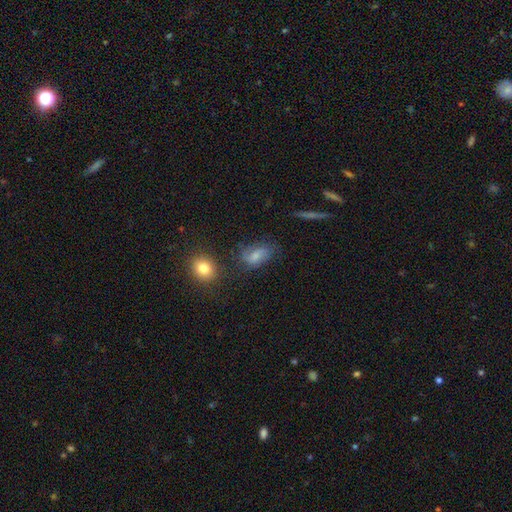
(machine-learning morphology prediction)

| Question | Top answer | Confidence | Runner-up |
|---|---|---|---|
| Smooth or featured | smooth | 49% | featured or disk (38%) |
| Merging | none | 56% | minor disturbance (25%) |